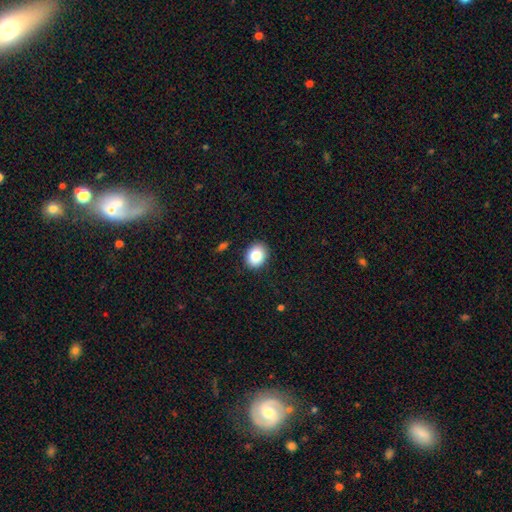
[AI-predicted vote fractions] Smooth or featured? smooth (84%)
How rounded? in between (54%)
Merging? none (89%)